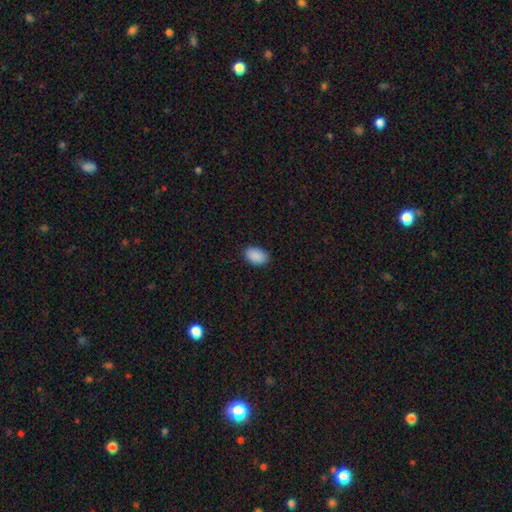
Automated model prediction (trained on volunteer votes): Smooth or featured: smooth — 90% (star or artifact — 7%)
How rounded: in between — 89% (round — 10%)
Merging: none — 84% (minor disturbance — 12%)